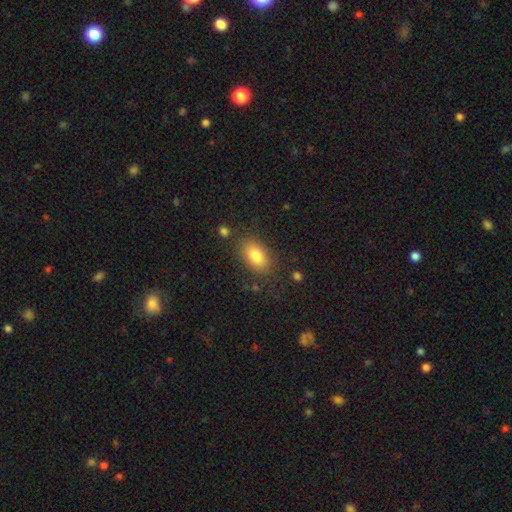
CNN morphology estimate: Smooth or featured?
  - smooth: 81% *
  - featured or disk: 11%
  - star or artifact: 8%
How rounded?
  - in between: 87% *
  - round: 11%
  - cigar-shaped: 2%
Merging?
  - none: 80% *
  - minor disturbance: 13%
  - major disturbance: 4%
  - merger: 3%